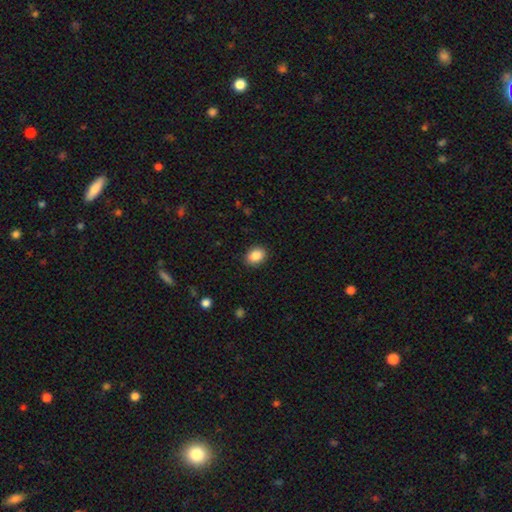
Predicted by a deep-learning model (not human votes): Morphology: type=smooth (88%); roundness=in between (66%); merging=none (89%).